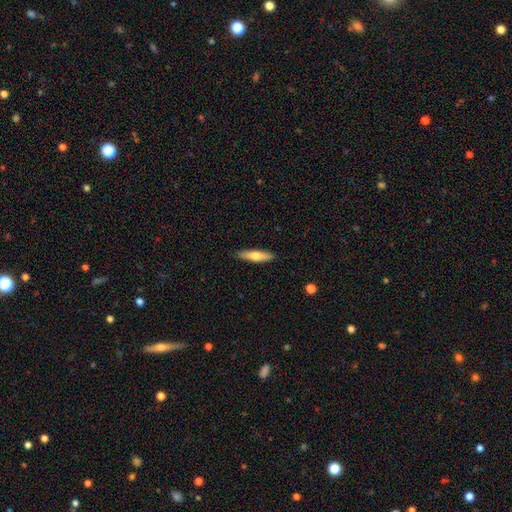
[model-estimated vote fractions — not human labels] The model was most divided on "smooth or featured": smooth: 66%, featured or disk: 28%, star or artifact: 6%. More confident: merging — none (88%); how rounded — cigar-shaped (75%).